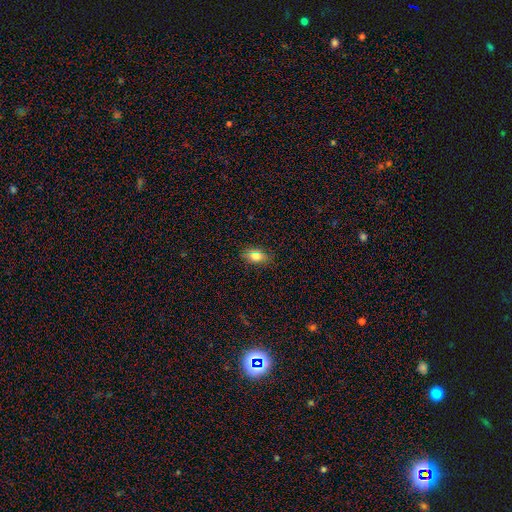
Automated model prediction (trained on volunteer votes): Overall: smooth (75%). How rounded: in between (80%). Merging: none (85%).